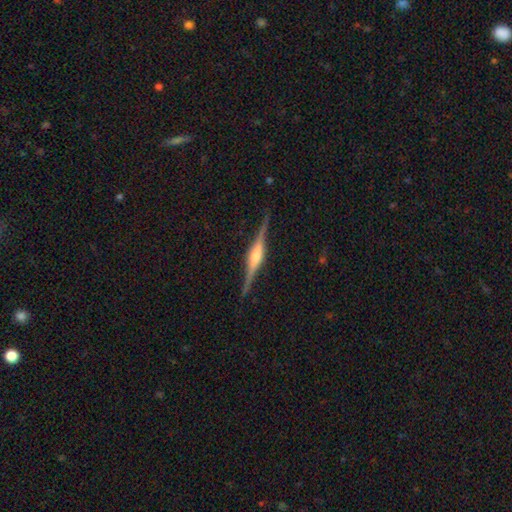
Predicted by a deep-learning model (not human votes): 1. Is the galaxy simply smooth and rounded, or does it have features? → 85% featured or disk, 9% smooth, 5% star or artifact.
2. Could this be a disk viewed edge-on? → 98% yes, 2% no.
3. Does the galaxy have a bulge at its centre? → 76% rounded, 20% boxy, 4% none.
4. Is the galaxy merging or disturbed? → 89% none, 8% minor disturbance, 2% major disturbance, 1% merger.